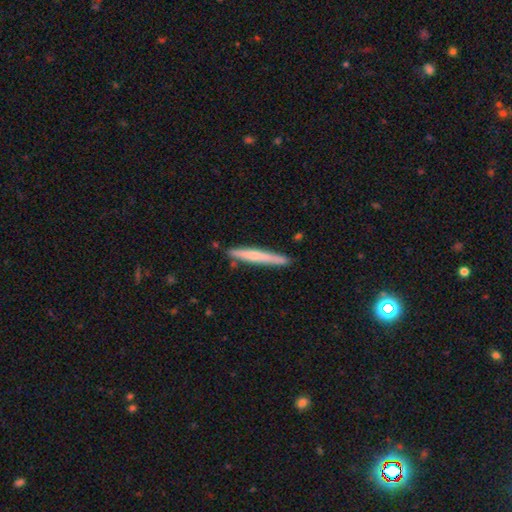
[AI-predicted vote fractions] This appears to be a smooth galaxy with no disk features (54%) that is cigar-shaped (96%). Merging: none (86%).